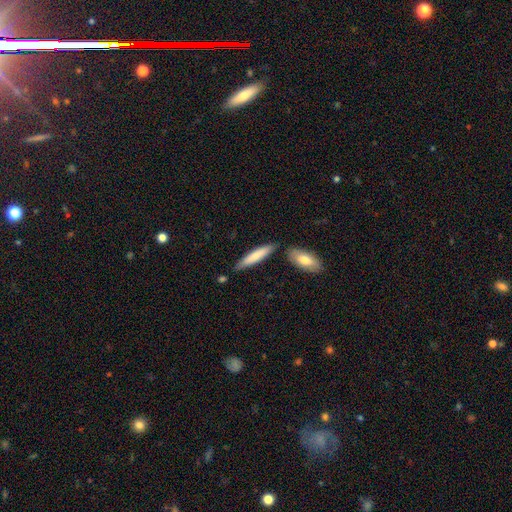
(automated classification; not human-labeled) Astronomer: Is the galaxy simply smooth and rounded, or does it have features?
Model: smooth — 76%.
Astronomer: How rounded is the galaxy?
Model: cigar-shaped — 83%.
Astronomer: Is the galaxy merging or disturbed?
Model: none — 76%.